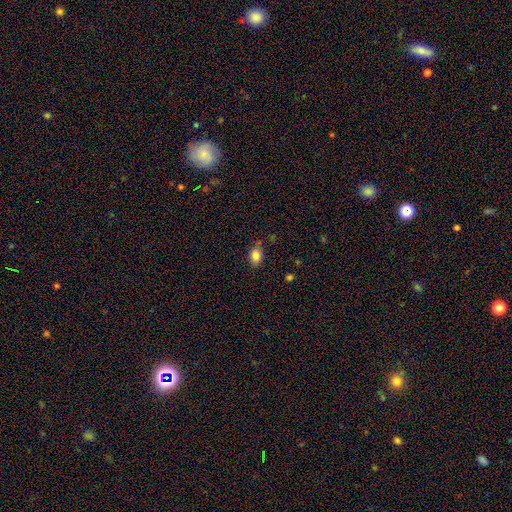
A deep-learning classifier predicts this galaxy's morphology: Smooth or featured: smooth — 85% (star or artifact — 10%)
How rounded: in between — 73% (round — 26%)
Merging: none — 75% (minor disturbance — 18%)